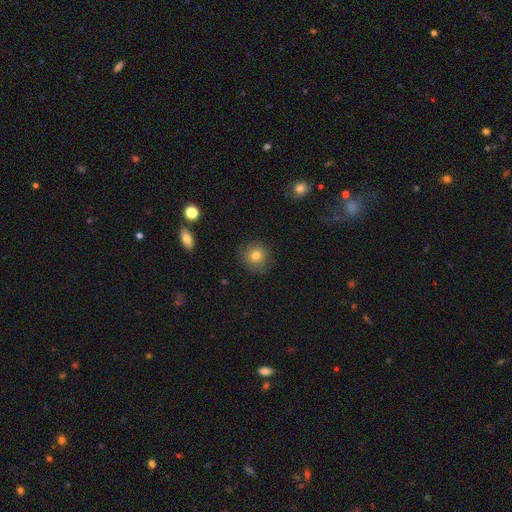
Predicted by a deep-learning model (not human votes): The model was most divided on "smooth or featured": smooth: 78%, star or artifact: 11%, featured or disk: 11%. More confident: how rounded — round (91%); merging — none (86%).